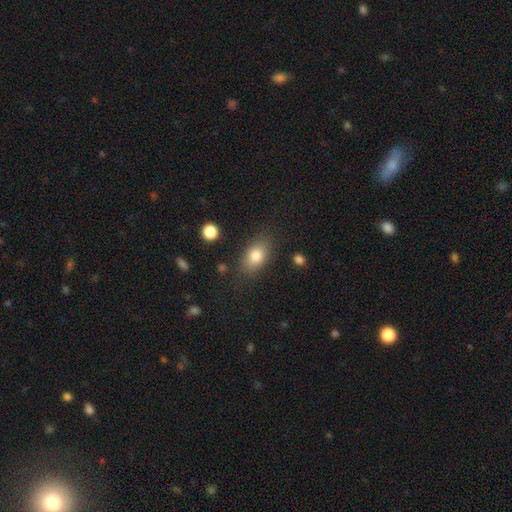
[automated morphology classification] Q: Smooth or featured?
A: smooth (81%); runner-up: featured or disk (11%)
Q: How rounded?
A: in between (84%); runner-up: round (13%)
Q: Merging?
A: none (80%); runner-up: minor disturbance (14%)